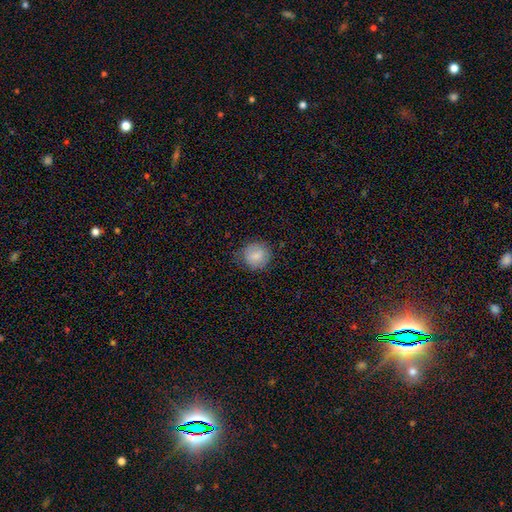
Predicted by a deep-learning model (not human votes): A smooth galaxy with no disk features (80%) that is round (85%). Merging: none (77%).